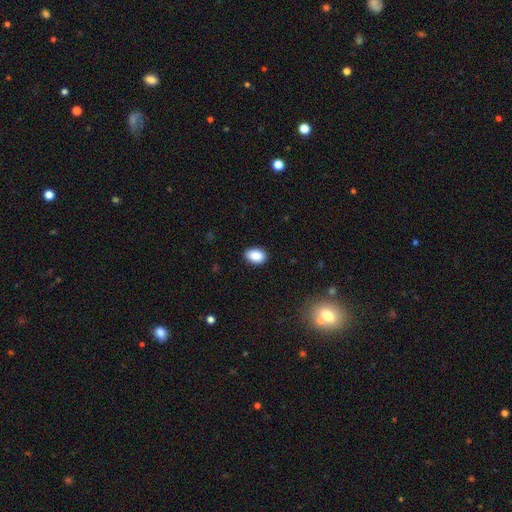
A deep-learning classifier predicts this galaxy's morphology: The model was most divided on "how rounded": in between: 84%, round: 15%, cigar-shaped: 1%. More confident: smooth or featured — smooth (88%); merging — none (88%).